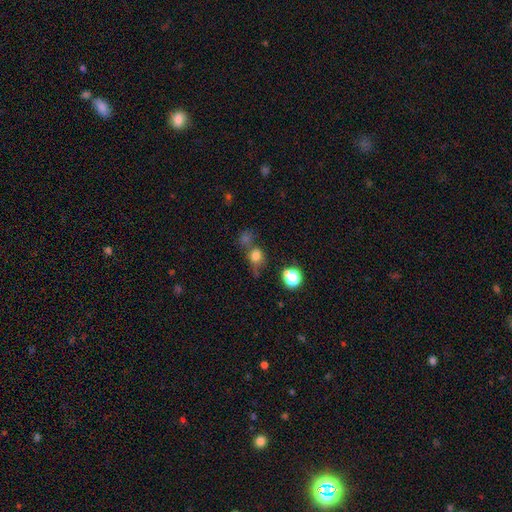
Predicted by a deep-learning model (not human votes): smooth-or-featured: smooth: 74% | star or artifact: 17% | featured or disk: 9%
  how-rounded: round: 70% | in between: 29% | cigar-shaped: 2%
  merging: none: 49% | merger: 25% | minor disturbance: 17% | major disturbance: 10%